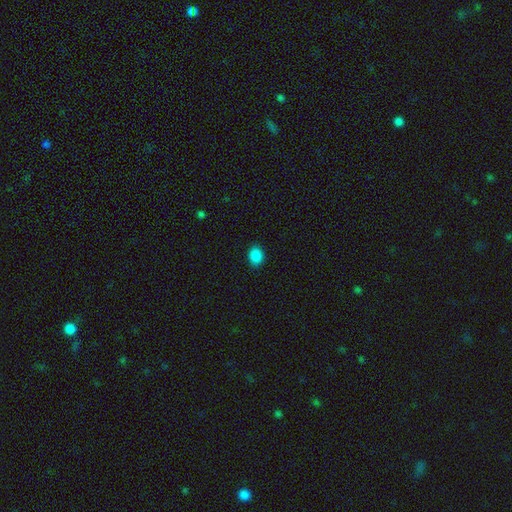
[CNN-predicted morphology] Smooth or featured? smooth (87%)
How rounded? in between (54%)
Merging? none (89%)